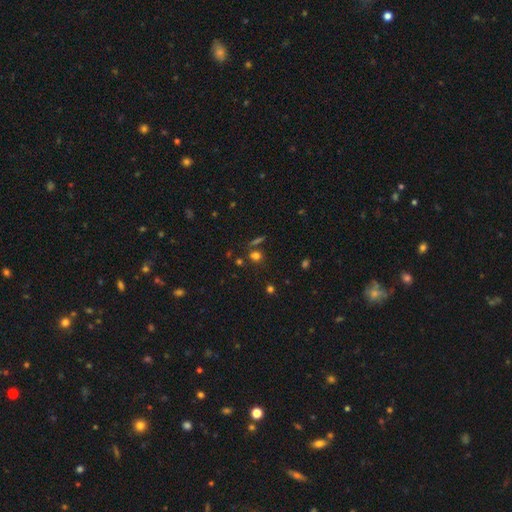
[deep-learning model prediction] Overall: smooth (69%). How rounded: round (69%). Merging: none (74%).